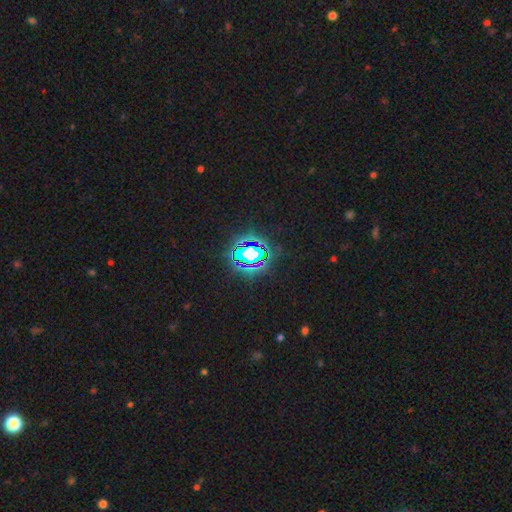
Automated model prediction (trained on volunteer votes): Smooth or featured: star or artifact — 81% (smooth — 12%)